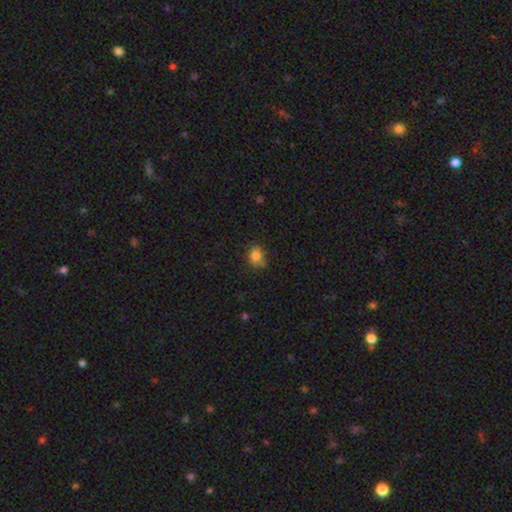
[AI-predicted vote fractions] A smooth galaxy with no disk features (83%) that is round (57%).

Vote fractions:
- Smooth or featured? smooth: 83% / star or artifact: 11% / featured or disk: 6%
- How rounded? round: 57% / in between: 42% / cigar-shaped: 1%
- Merging? none: 64% / minor disturbance: 22% / merger: 8% / major disturbance: 6%